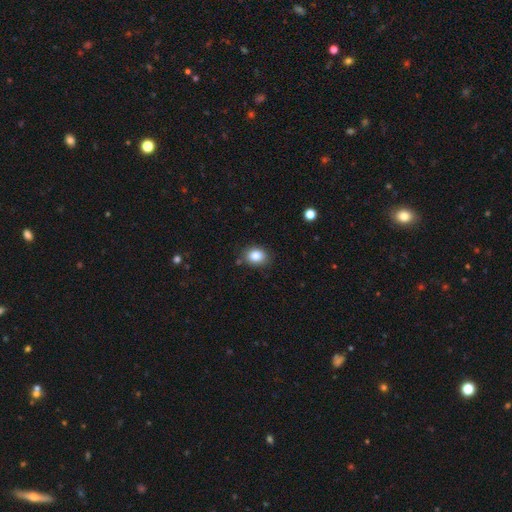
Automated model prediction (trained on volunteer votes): Smooth or featured?
  - smooth: 85% *
  - star or artifact: 9%
  - featured or disk: 6%
How rounded?
  - in between: 55% *
  - round: 44%
  - cigar-shaped: 1%
Merging?
  - none: 82% *
  - minor disturbance: 12%
  - major disturbance: 3%
  - merger: 3%